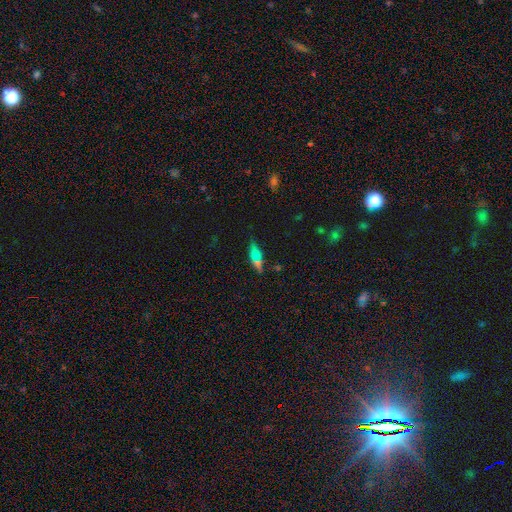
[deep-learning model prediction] Smooth or featured? Predicted: smooth (p=0.54). How rounded? Predicted: cigar-shaped (p=0.56). Merging? Predicted: none (p=0.68).